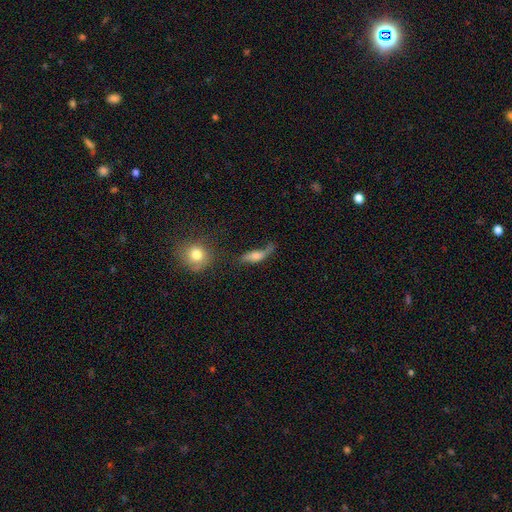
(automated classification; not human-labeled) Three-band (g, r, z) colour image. It shows a smooth galaxy with no disk features (52%) that is in between round and cigar-shaped (50%). Merging: none (37%).